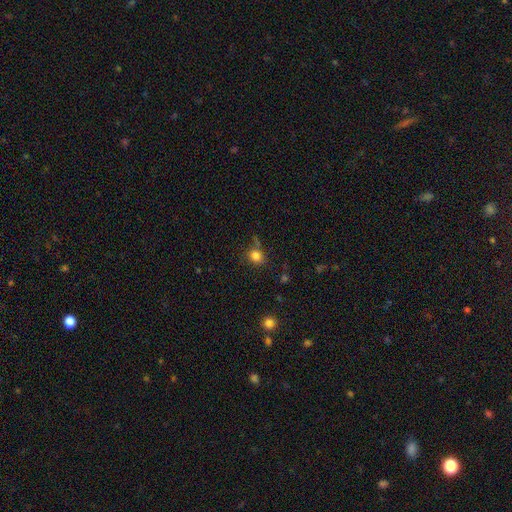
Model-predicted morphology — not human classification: smooth-or-featured: smooth: 82% | star or artifact: 13% | featured or disk: 5%
  how-rounded: round: 75% | in between: 24% | cigar-shaped: 1%
  merging: none: 72% | minor disturbance: 16% | merger: 7% | major disturbance: 5%